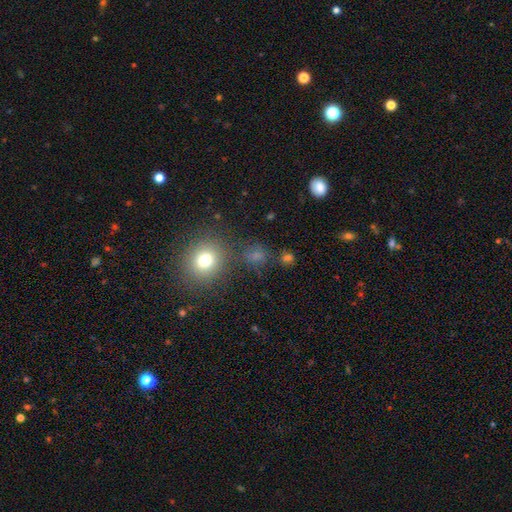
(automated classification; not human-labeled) smooth 64%, star or artifact 26%, featured or disk 10%. Down the decision tree: how rounded — round (66%); merging — none (71%).